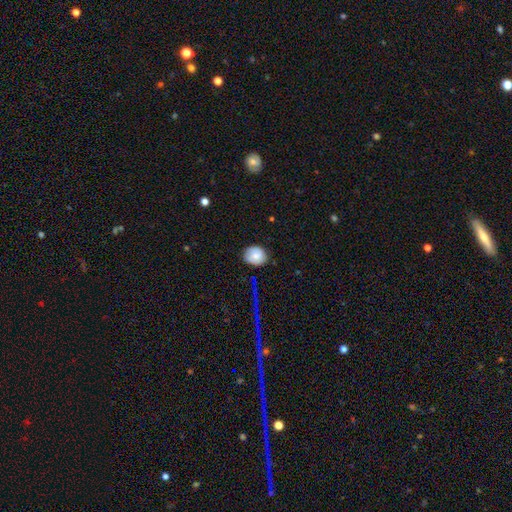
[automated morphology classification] This appears to be a smooth galaxy with no disk features (74%) that is round (71%). Merging: none (77%).